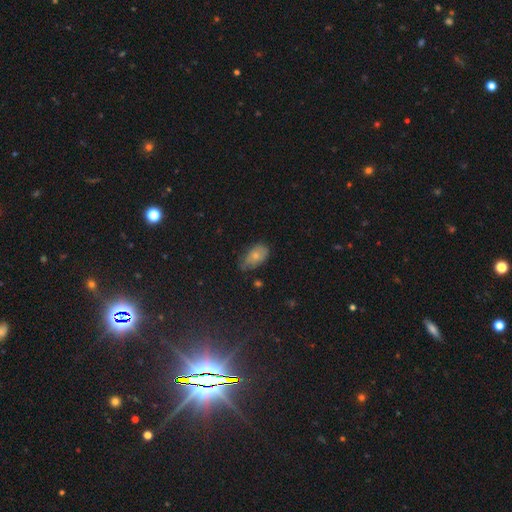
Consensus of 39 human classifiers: Q: Smooth or featured?
A: smooth (72%); runner-up: featured or disk (21%)
Q: How rounded?
A: in between (96%); runner-up: cigar-shaped (4%)
Q: Merging?
A: none (64%); runner-up: minor disturbance (28%)